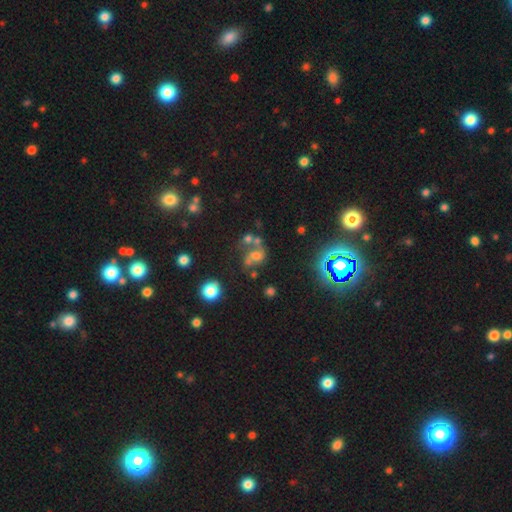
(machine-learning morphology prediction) A smooth galaxy with no disk features (36%).

Vote fractions:
- Smooth or featured? smooth: 36% / featured or disk: 35% / star or artifact: 29%
- Merging? merger: 37% / none: 30% / major disturbance: 19% / minor disturbance: 14%